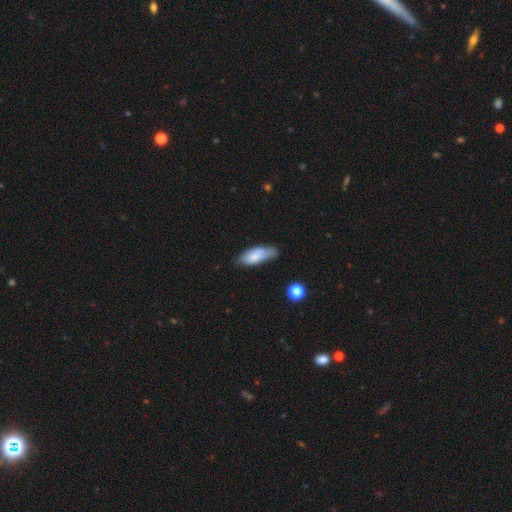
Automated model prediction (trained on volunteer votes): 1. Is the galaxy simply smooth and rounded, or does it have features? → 78% smooth, 15% featured or disk, 7% star or artifact.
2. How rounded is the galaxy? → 73% in between, 25% cigar-shaped, 2% round.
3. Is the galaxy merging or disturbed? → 56% none, 34% minor disturbance, 7% major disturbance, 3% merger.